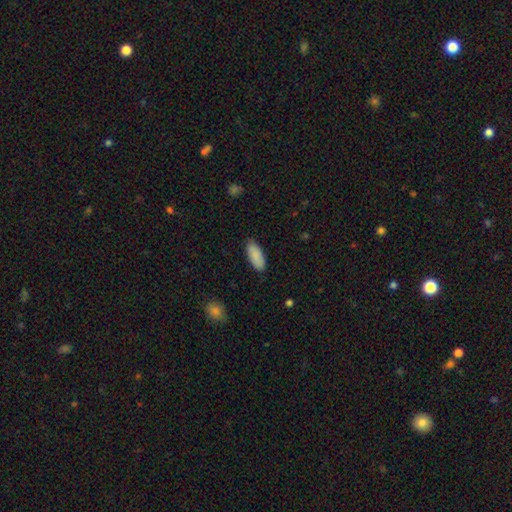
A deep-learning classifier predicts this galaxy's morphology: Q: Smooth or featured?
A: smooth (89%); runner-up: star or artifact (6%)
Q: How rounded?
A: in between (85%); runner-up: cigar-shaped (13%)
Q: Merging?
A: none (86%); runner-up: minor disturbance (11%)